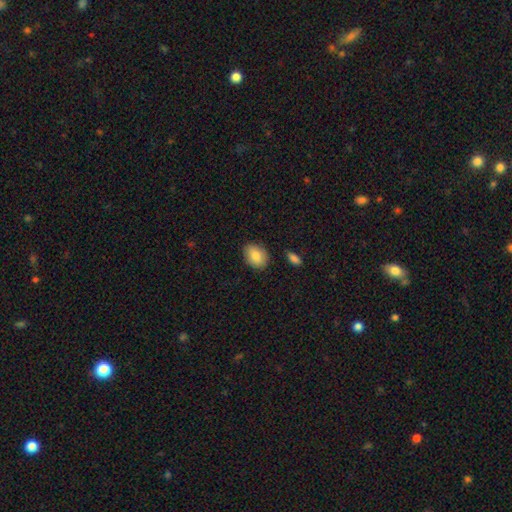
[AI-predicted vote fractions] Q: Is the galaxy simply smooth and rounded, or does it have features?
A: smooth — 84%.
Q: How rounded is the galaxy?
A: in between — 75%.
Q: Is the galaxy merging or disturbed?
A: none — 83%.